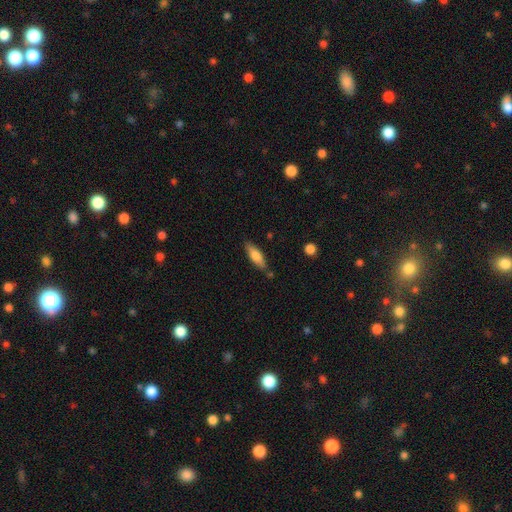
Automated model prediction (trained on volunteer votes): Smooth or featured? Predicted: smooth (p=0.72). How rounded? Predicted: cigar-shaped (p=0.50). Merging? Predicted: none (p=0.78).